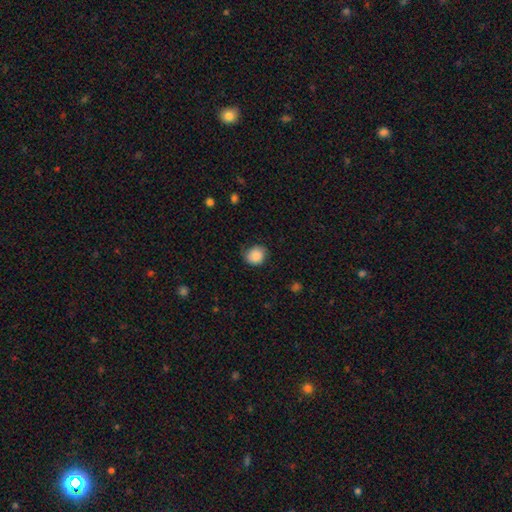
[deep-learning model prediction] A smooth galaxy with no disk features (87%) that is round (73%).

Vote fractions:
- Smooth or featured? smooth: 87% / star or artifact: 8% / featured or disk: 5%
- How rounded? round: 73% / in between: 26% / cigar-shaped: 1%
- Merging? none: 68% / minor disturbance: 25% / major disturbance: 6% / merger: 1%